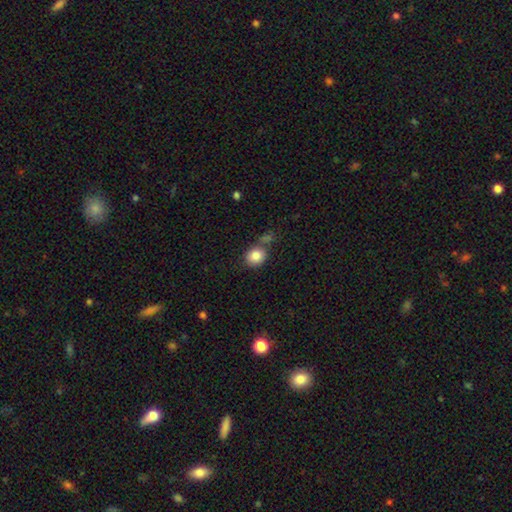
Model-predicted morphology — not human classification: smooth_or_featured: smooth (p=0.85) [alt: star or artifact p=0.09]
how_rounded: round (p=0.71) [alt: in between p=0.28]
merging: none (p=0.65) [alt: merger p=0.15]